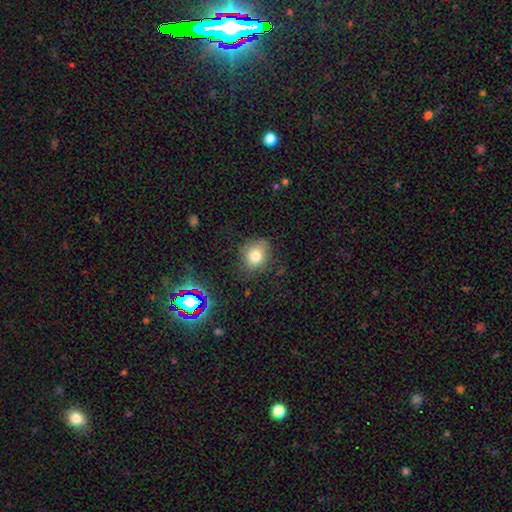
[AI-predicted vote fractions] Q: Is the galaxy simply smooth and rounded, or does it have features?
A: smooth — 76%.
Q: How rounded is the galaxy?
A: round — 65%.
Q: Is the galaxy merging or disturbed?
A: none — 70%.